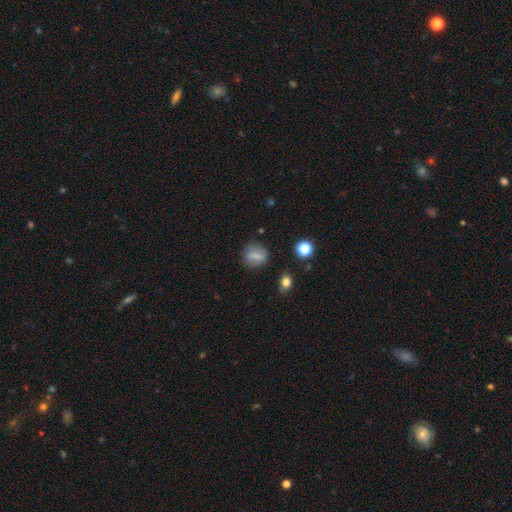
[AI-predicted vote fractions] Smooth or featured? smooth (68%)
How rounded? round (63%)
Merging? none (79%)